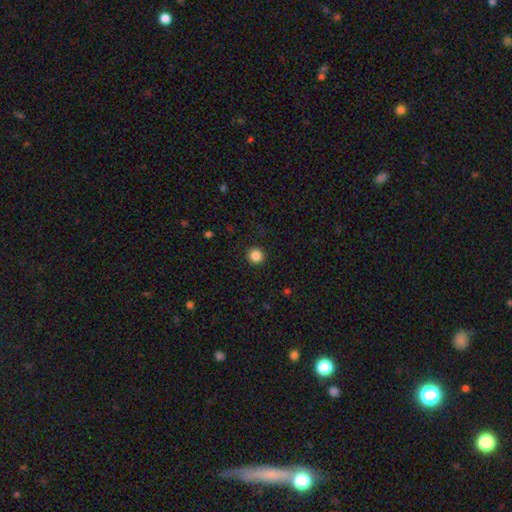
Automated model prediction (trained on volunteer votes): A smooth galaxy with no disk features (86%) that is round (94%).

Vote fractions:
- Smooth or featured? smooth: 86% / star or artifact: 11% / featured or disk: 4%
- How rounded? round: 94% / in between: 5% / cigar-shaped: 1%
- Merging? none: 92% / minor disturbance: 5% / major disturbance: 2% / merger: 1%